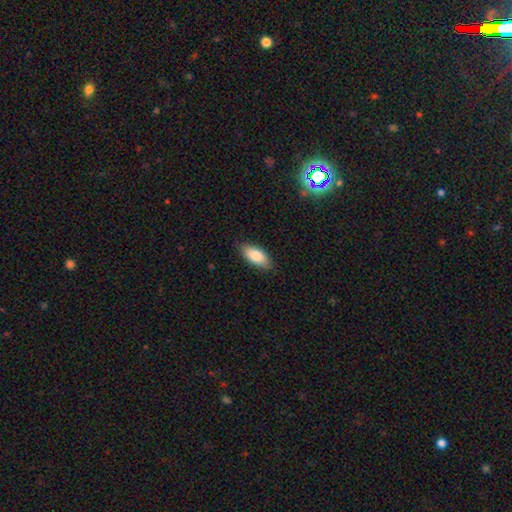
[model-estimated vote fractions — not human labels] smooth_or_featured: smooth (p=0.85) [alt: featured or disk p=0.09]
how_rounded: in between (p=0.86) [alt: cigar-shaped p=0.12]
merging: none (p=0.85) [alt: minor disturbance p=0.12]